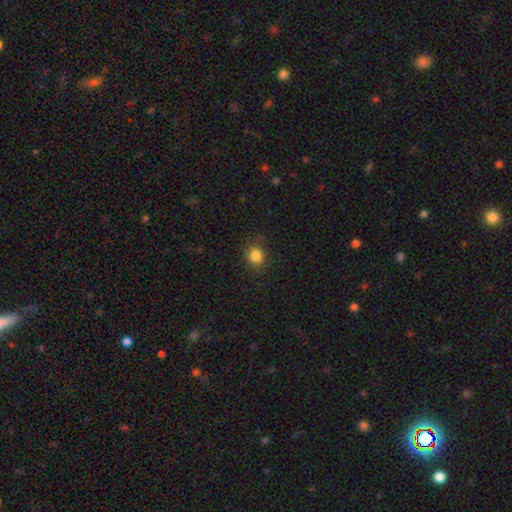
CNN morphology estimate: A smooth galaxy with no disk features (84%) that is round (82%). Merging: none (86%).